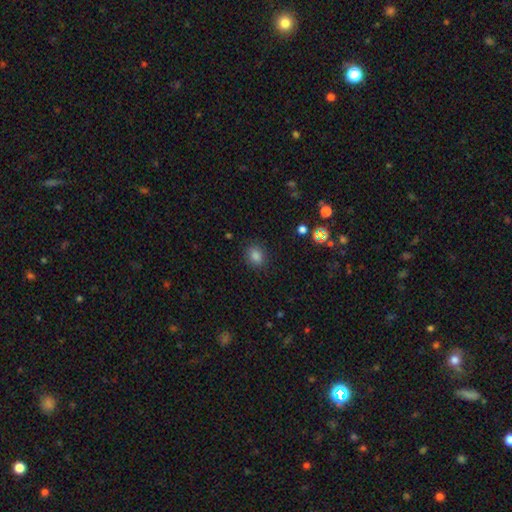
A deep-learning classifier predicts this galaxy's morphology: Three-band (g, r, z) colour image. It shows a smooth galaxy with no disk features (81%) that is in between round and cigar-shaped (51%). Merging: none (87%).